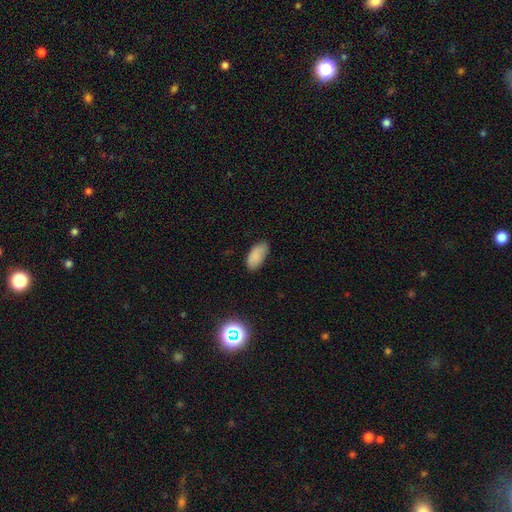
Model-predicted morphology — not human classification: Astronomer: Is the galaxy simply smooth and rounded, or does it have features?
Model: smooth — 85%.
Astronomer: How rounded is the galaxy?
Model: in between — 94%.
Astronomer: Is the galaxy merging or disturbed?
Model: none — 71%.